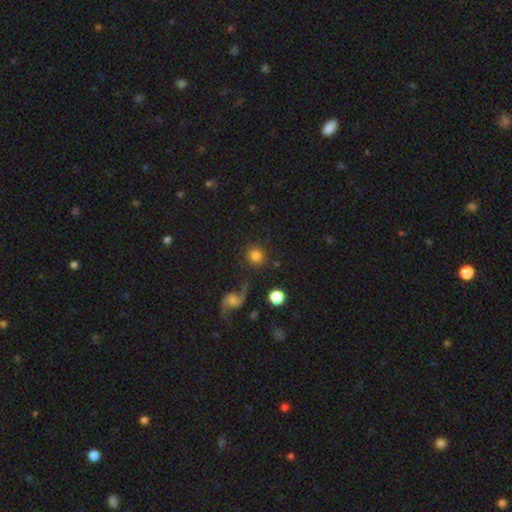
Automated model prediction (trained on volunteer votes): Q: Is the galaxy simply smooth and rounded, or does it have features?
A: smooth — 75%.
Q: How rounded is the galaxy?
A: round — 91%.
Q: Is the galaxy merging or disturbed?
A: none — 80%.